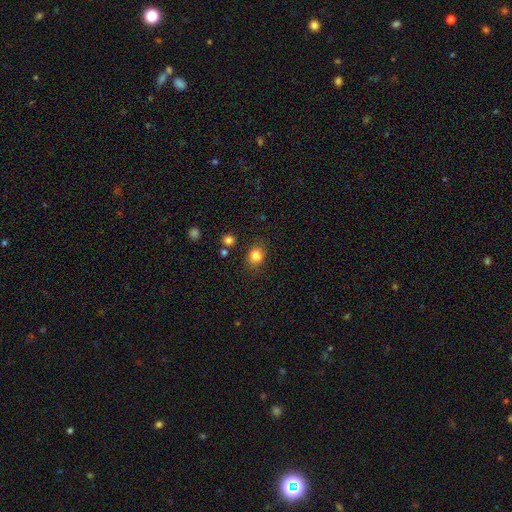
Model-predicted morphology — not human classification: smooth-or-featured: smooth: 84% | star or artifact: 11% | featured or disk: 5%
  how-rounded: round: 62% | in between: 37% | cigar-shaped: 1%
  merging: none: 80% | minor disturbance: 12% | major disturbance: 4% | merger: 4%